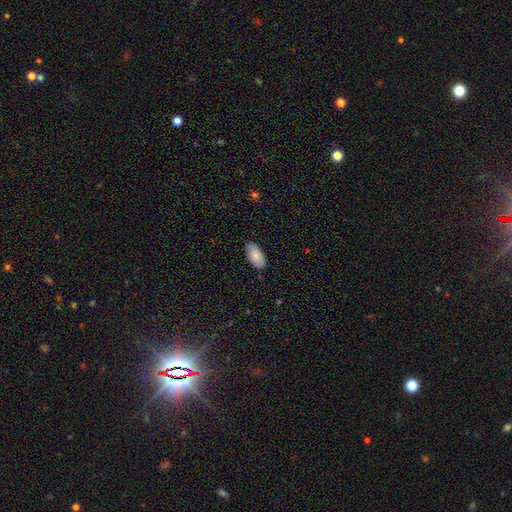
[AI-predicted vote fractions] Smooth or featured: smooth — 84% (featured or disk — 10%)
How rounded: in between — 96% (round — 2%)
Merging: none — 86% (minor disturbance — 11%)